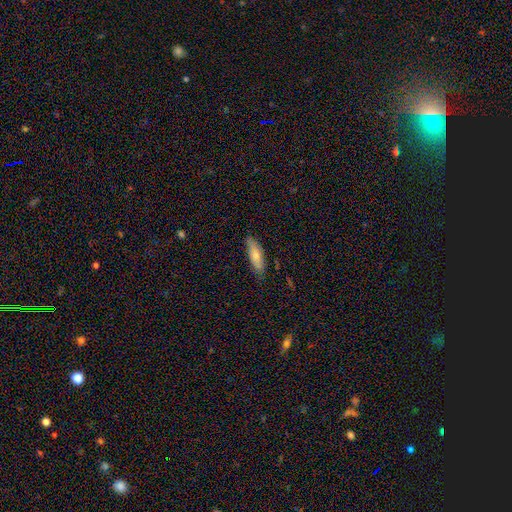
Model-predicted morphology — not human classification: smooth_or_featured: smooth (p=0.73) [alt: featured or disk p=0.21]
how_rounded: in between (p=0.52) [alt: cigar-shaped p=0.46]
merging: none (p=0.82) [alt: minor disturbance p=0.14]